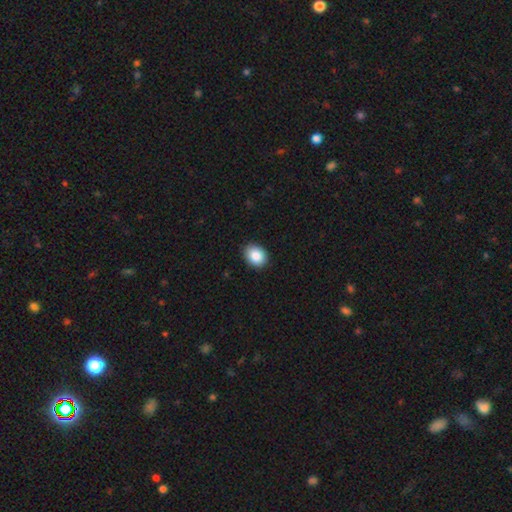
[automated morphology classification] smooth 88%, star or artifact 8%, featured or disk 4%. Down the decision tree: how rounded — in between (53%); merging — none (89%).